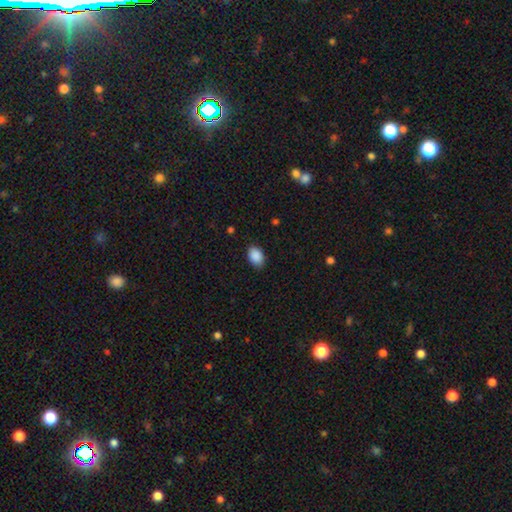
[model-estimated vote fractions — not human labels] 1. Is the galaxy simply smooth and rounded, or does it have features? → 90% smooth, 7% star or artifact, 3% featured or disk.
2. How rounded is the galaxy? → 82% in between, 17% round, 1% cigar-shaped.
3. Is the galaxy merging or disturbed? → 85% none, 12% minor disturbance, 2% major disturbance, 1% merger.